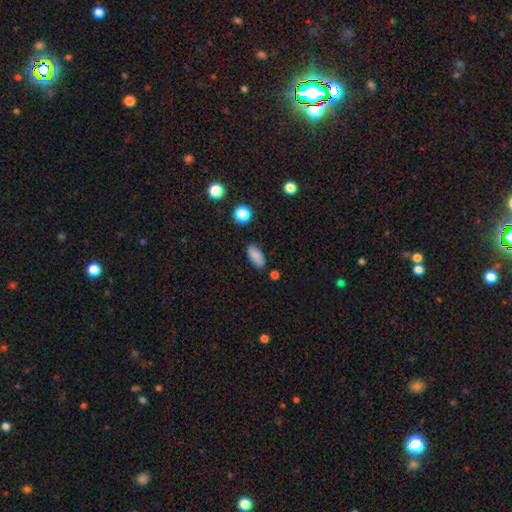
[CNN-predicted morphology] This appears to be a smooth galaxy with no disk features (86%) that is in between round and cigar-shaped (86%). Merging: none (83%).